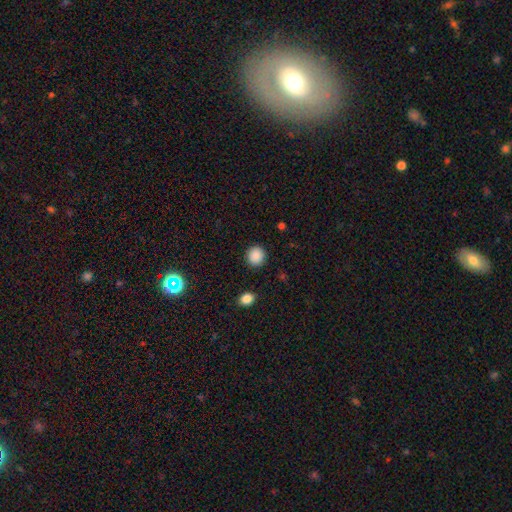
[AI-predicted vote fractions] Morphology: type=smooth (88%); roundness=round (86%); merging=none (90%).